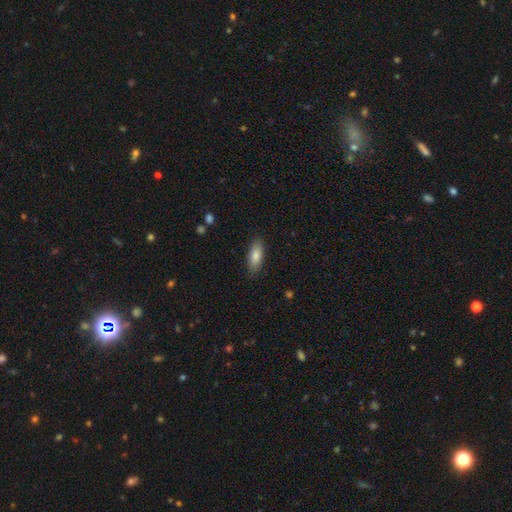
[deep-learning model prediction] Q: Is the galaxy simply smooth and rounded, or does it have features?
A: smooth — 82%.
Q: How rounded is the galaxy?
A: in between — 76%.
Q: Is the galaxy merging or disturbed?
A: none — 86%.